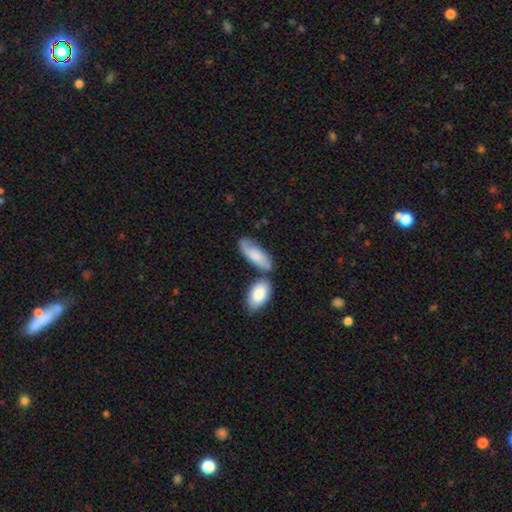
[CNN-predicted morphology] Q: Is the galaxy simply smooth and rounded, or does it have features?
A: smooth — 60%.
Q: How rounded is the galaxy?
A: in between — 78%.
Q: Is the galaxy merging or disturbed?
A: none — 46%.